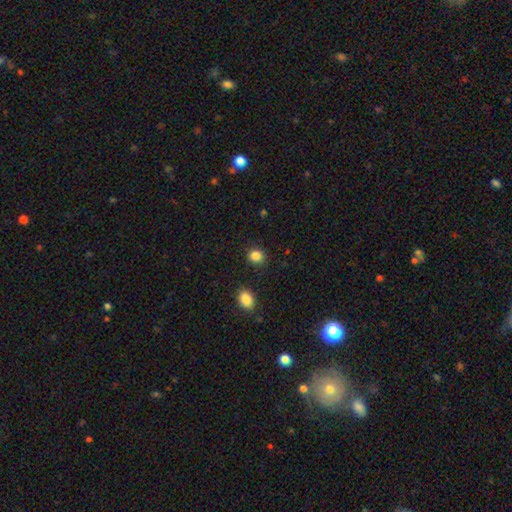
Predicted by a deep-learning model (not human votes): This appears to be a smooth galaxy with no disk features (86%) that is round (70%). Merging: none (86%).